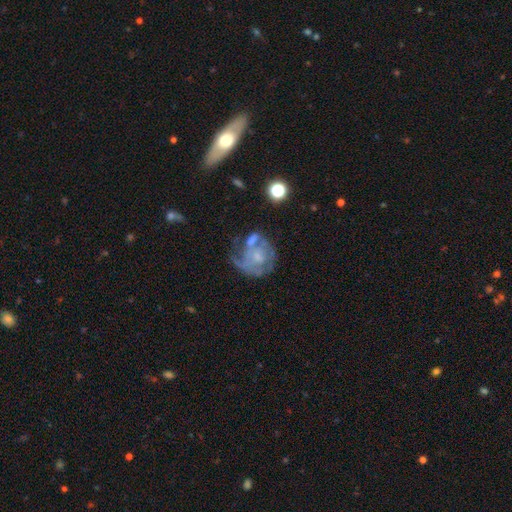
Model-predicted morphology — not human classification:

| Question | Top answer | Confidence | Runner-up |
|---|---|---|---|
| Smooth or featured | featured or disk | 69% | smooth (22%) |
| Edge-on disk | no | 98% | yes (2%) |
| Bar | no | 78% | weak (19%) |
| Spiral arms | yes | 59% | no (41%) |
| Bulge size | small | 44% | moderate (30%) |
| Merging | none | 35% | major disturbance (29%) |